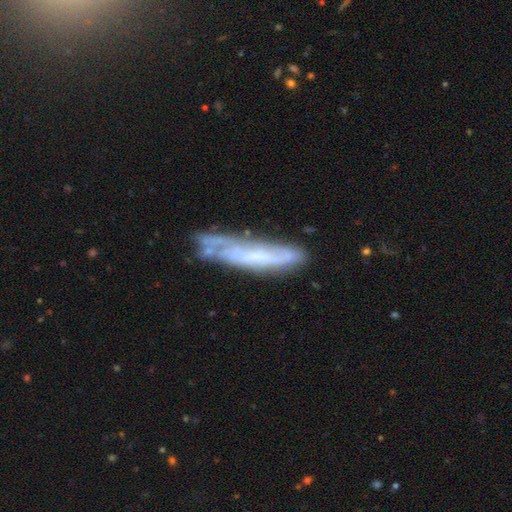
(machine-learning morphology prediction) Smooth or featured: featured or disk — 61% (smooth — 32%)
Edge-on disk: no — 54% (yes — 46%)
Merging: none — 56% (minor disturbance — 26%)